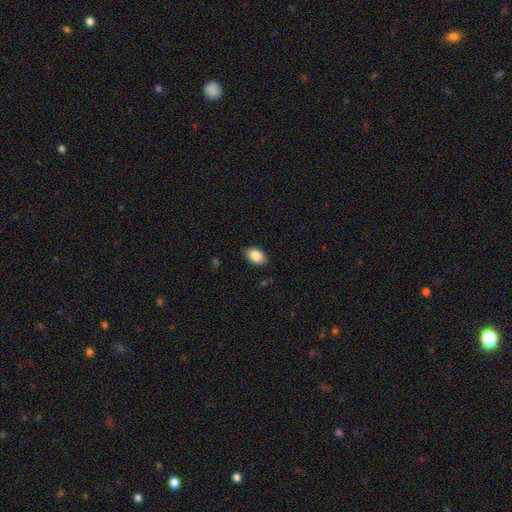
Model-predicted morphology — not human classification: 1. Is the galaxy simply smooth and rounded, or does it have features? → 87% smooth, 7% star or artifact, 6% featured or disk.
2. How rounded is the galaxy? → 90% in between, 9% round, 1% cigar-shaped.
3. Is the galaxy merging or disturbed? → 87% none, 10% minor disturbance, 2% major disturbance, 1% merger.